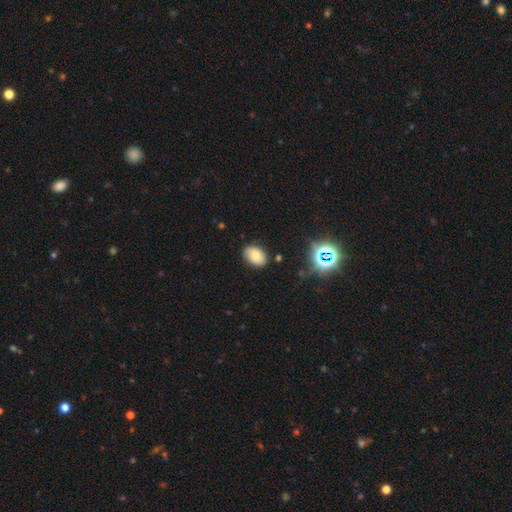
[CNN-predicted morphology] The model was most divided on "smooth or featured": smooth: 79%, star or artifact: 12%, featured or disk: 9%. More confident: how rounded — in between (87%); merging — none (84%).